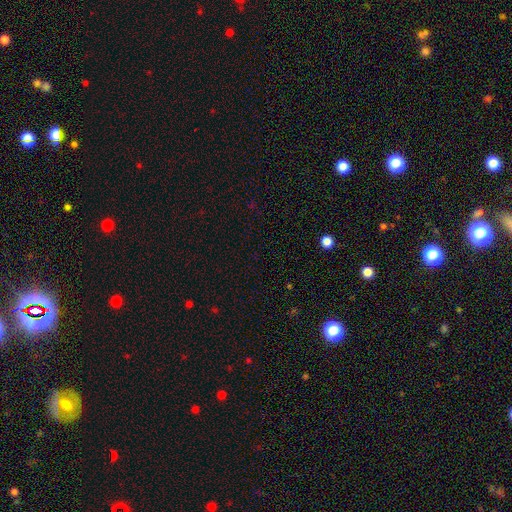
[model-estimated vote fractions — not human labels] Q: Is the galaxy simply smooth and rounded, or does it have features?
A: star or artifact — 66%.